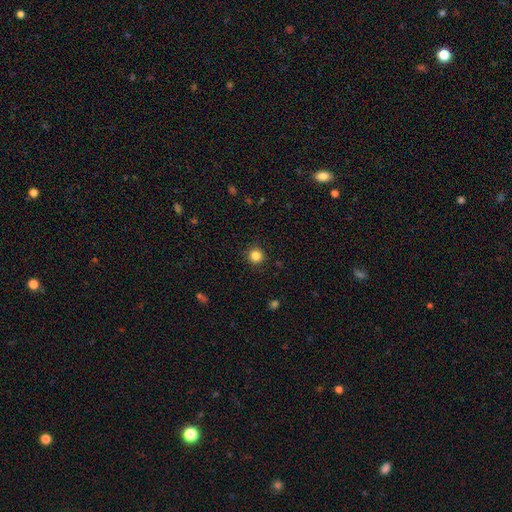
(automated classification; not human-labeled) Morphology: type=smooth (85%); roundness=round (95%); merging=none (91%).